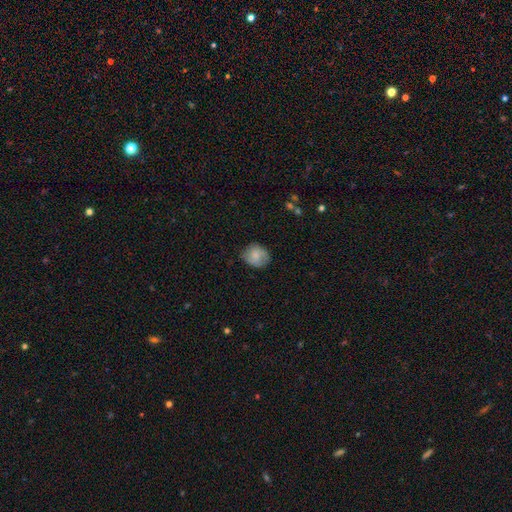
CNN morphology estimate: Q: Smooth or featured?
A: smooth (76%); runner-up: featured or disk (17%)
Q: How rounded?
A: round (65%); runner-up: in between (34%)
Q: Merging?
A: none (72%); runner-up: minor disturbance (21%)